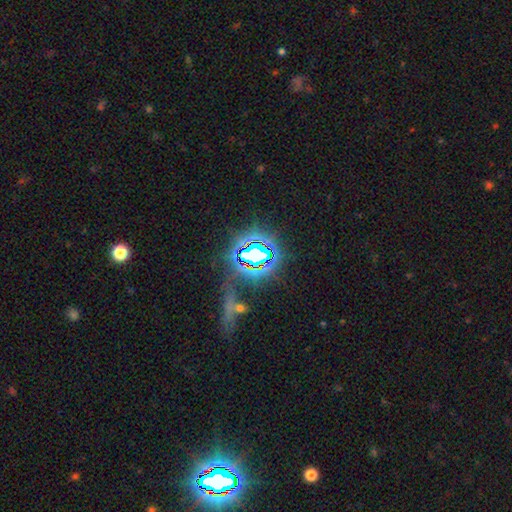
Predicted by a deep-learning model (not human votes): Q: Smooth or featured?
A: star or artifact (75%); runner-up: smooth (14%)